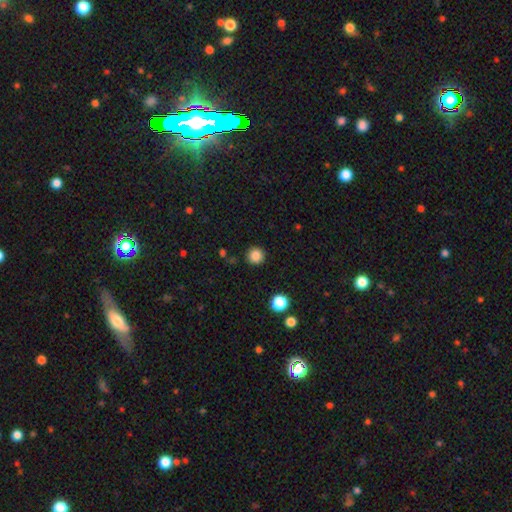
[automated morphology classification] type=smooth (85%); roundness=round (95%); merging=none (90%).